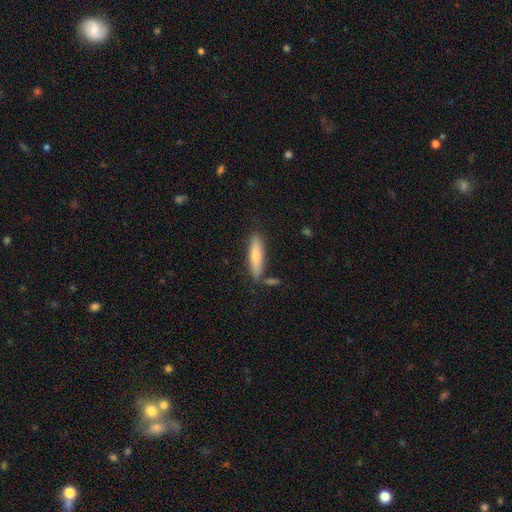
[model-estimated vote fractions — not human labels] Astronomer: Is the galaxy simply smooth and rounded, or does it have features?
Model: smooth — 65%.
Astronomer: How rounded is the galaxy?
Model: cigar-shaped — 75%.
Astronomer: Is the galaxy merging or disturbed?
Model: none — 80%.